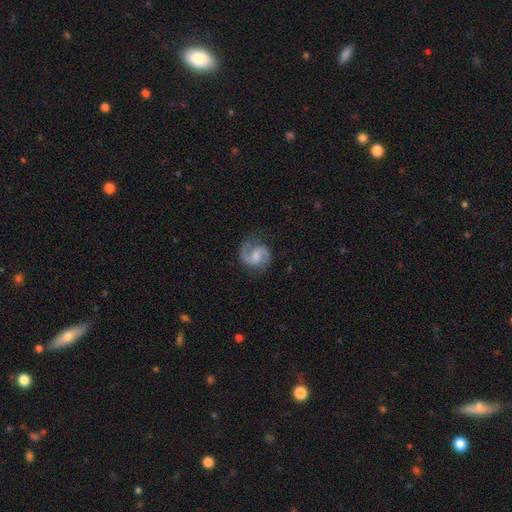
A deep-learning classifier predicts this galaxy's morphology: Overall: featured or disk (87%). Edge-on disk: no (98%). Bar: weak (53%; no 34%). Spiral arms: yes (97%). Spiral arm count: 2 (90%). Spiral winding: medium (57%; loose 28%). Bulge size: small (38%; none 29%). Merging: none (77%).